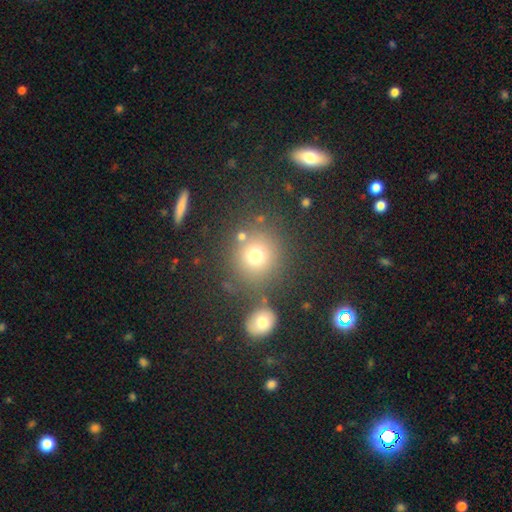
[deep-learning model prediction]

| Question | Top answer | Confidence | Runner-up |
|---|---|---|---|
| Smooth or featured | smooth | 73% | star or artifact (17%) |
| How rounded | round | 88% | in between (11%) |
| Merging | none | 75% | merger (10%) |